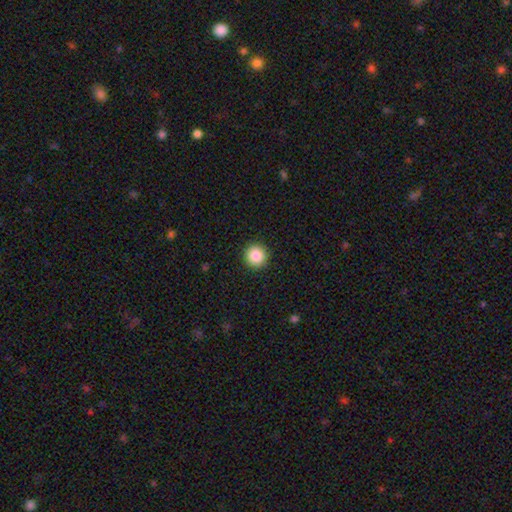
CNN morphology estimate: type=smooth (86%); roundness=round (95%); merging=none (93%).